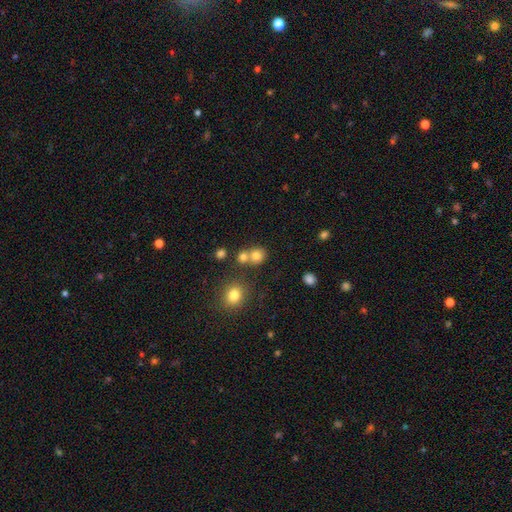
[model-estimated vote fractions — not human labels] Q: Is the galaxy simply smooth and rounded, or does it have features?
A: smooth — 77%.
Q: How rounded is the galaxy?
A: round — 81%.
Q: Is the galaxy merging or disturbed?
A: none — 53%.